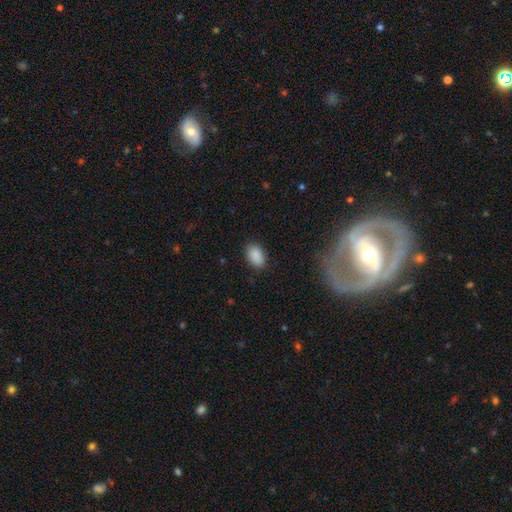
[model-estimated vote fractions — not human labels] smooth 89%, star or artifact 8%, featured or disk 3%. Down the decision tree: how rounded — in between (86%); merging — none (84%).